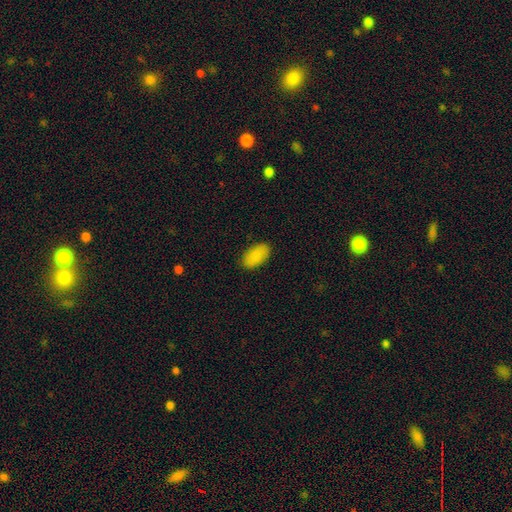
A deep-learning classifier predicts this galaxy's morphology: A smooth galaxy with no disk features (89%) that is in between round and cigar-shaped (94%).

Vote fractions:
- Smooth or featured? smooth: 89% / star or artifact: 7% / featured or disk: 4%
- How rounded? in between: 94% / round: 4% / cigar-shaped: 2%
- Merging? none: 88% / minor disturbance: 9% / major disturbance: 2% / merger: 1%